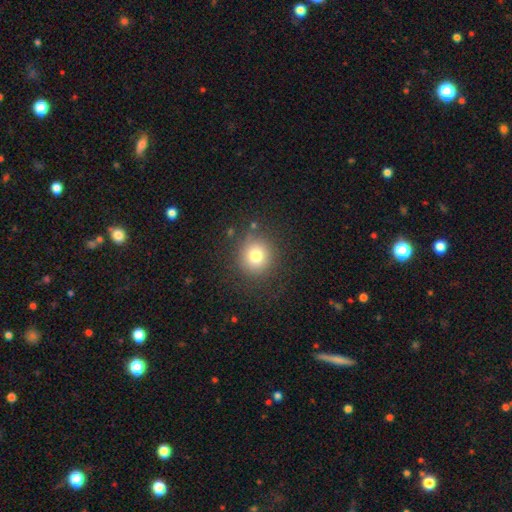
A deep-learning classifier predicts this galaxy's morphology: Smooth or featured?
  - smooth: 78% *
  - star or artifact: 13%
  - featured or disk: 9%
How rounded?
  - round: 90% *
  - in between: 9%
  - cigar-shaped: 1%
Merging?
  - none: 84% *
  - minor disturbance: 10%
  - major disturbance: 4%
  - merger: 2%